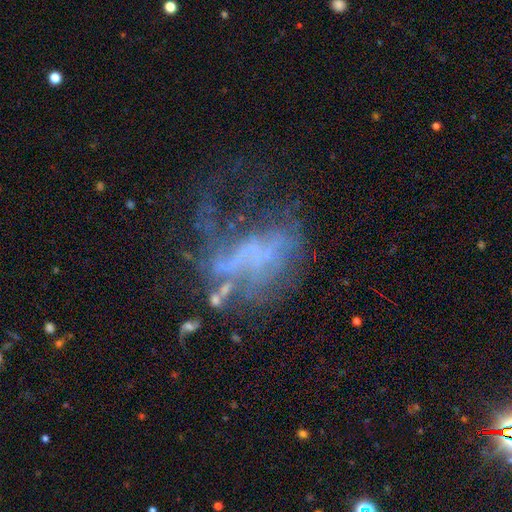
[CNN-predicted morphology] smooth_or_featured: featured or disk (p=0.60) [alt: star or artifact p=0.23]
disk_edge_on: no (p=0.96) [alt: yes p=0.04]
bar: no (p=0.78) [alt: weak p=0.14]
has_spiral_arms: no (p=0.81) [alt: yes p=0.19]
bulge_size: none (p=0.79) [alt: small p=0.10]
merging: major disturbance (p=0.51) [alt: none p=0.26]